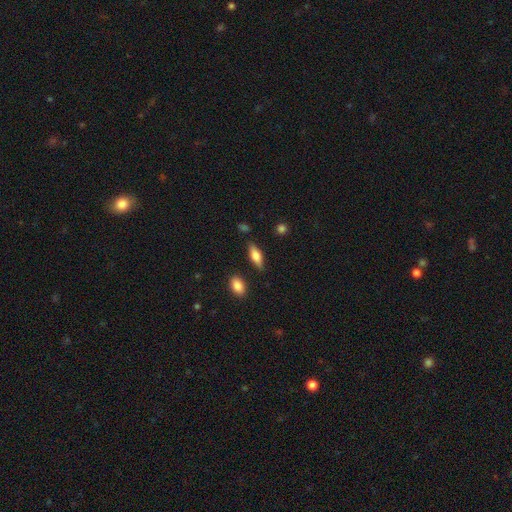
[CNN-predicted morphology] Smooth or featured?
  - smooth: 68% *
  - featured or disk: 25%
  - star or artifact: 7%
How rounded?
  - in between: 65% *
  - cigar-shaped: 32%
  - round: 3%
Merging?
  - none: 82% *
  - minor disturbance: 13%
  - major disturbance: 3%
  - merger: 3%